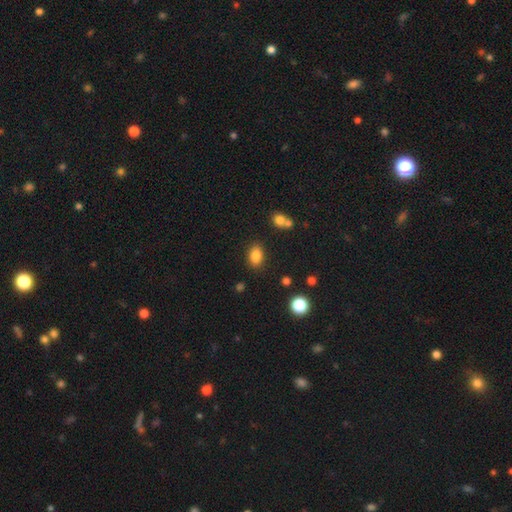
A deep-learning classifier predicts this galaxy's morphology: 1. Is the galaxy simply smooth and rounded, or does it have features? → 85% smooth, 10% star or artifact, 5% featured or disk.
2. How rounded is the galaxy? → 84% in between, 15% round, 2% cigar-shaped.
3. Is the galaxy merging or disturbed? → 83% none, 10% minor disturbance, 3% merger, 3% major disturbance.